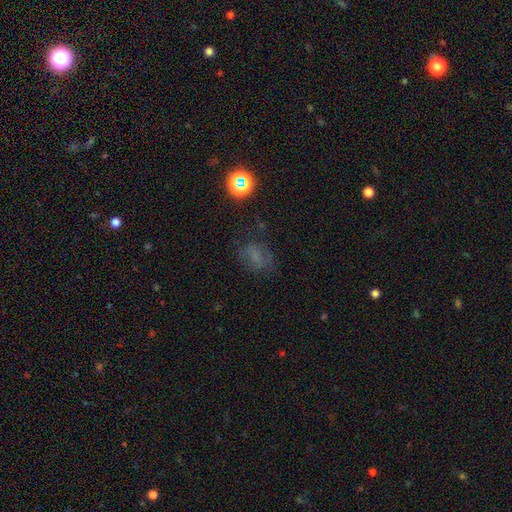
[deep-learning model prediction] smooth_or_featured: smooth (p=0.51) [alt: star or artifact p=0.29]
how_rounded: in between (p=0.62) [alt: round p=0.36]
merging: none (p=0.65) [alt: minor disturbance p=0.20]